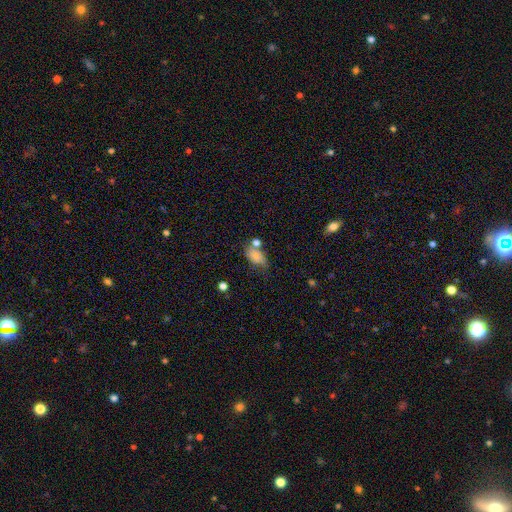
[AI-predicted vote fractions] Smooth or featured? Predicted: smooth (p=0.80). How rounded? Predicted: in between (p=0.87). Merging? Predicted: none (p=0.38).